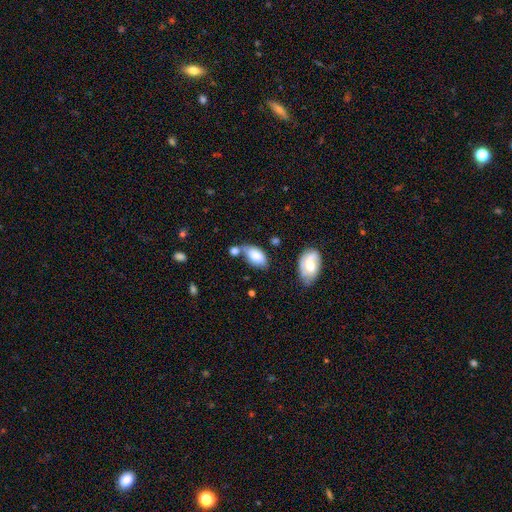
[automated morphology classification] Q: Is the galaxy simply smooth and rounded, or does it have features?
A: smooth — 76%.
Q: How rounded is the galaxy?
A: in between — 93%.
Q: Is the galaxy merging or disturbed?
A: none — 45%.